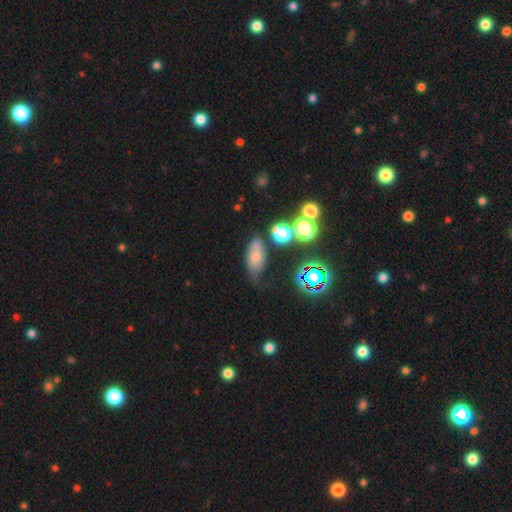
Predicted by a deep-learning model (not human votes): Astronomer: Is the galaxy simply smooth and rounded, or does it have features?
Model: smooth — 59%.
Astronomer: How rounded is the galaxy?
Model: in between — 85%.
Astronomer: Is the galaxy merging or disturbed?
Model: none — 48% (runner-up: minor disturbance, 30%).